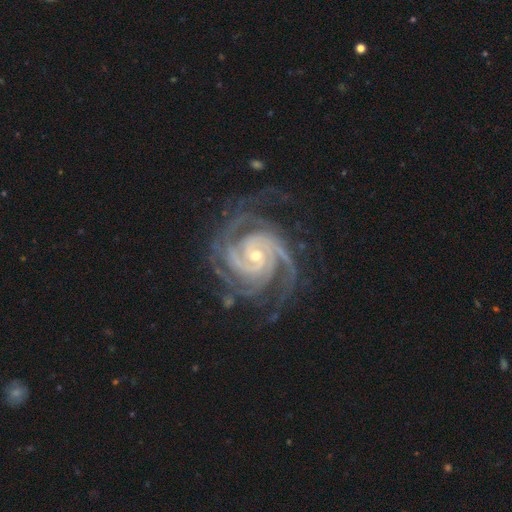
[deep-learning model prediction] Smooth or featured: featured or disk — 93% (star or artifact — 5%)
Edge-on disk: no — 98% (yes — 2%)
Bar: no — 61% (weak — 26%)
Spiral arms: yes — 99% (no — 1%)
Spiral winding: tight — 72% (medium — 26%)
Spiral arm count: 3 — 30% (4 — 22%)
Bulge size: small — 65% (moderate — 32%)
Merging: none — 72% (minor disturbance — 17%)